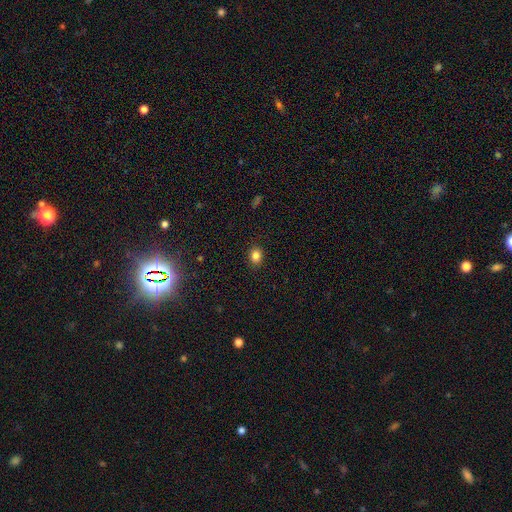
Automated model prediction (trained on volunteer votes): Morphology: type=smooth (84%); roundness=round (53%); merging=none (89%).